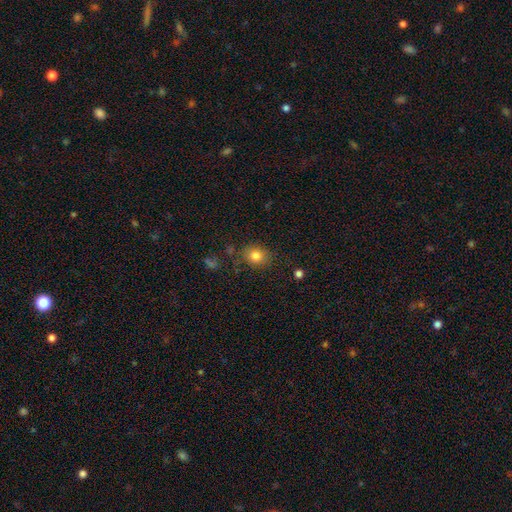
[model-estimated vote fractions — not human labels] smooth_or_featured: smooth (p=0.82) [alt: star or artifact p=0.11]
how_rounded: round (p=0.63) [alt: in between p=0.36]
merging: none (p=0.80) [alt: minor disturbance p=0.13]